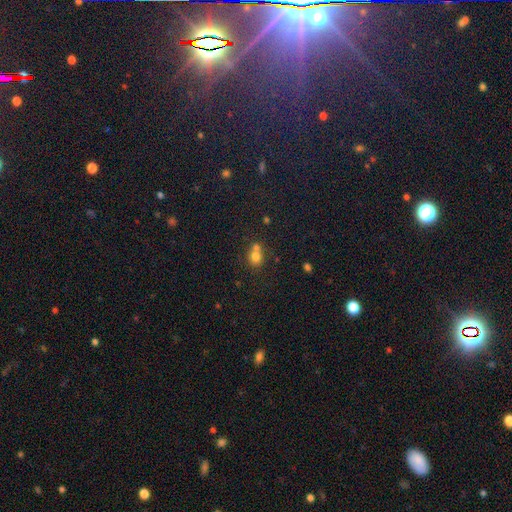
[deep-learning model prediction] Smooth or featured? Predicted: smooth (p=0.74). How rounded? Predicted: round (p=0.71). Merging? Predicted: merger (p=0.46).